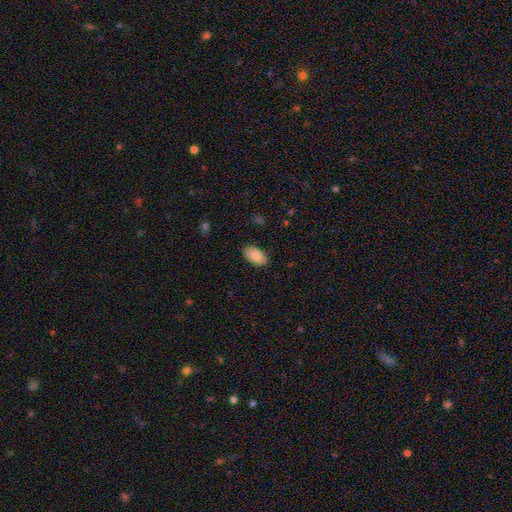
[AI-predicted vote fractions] Q: Smooth or featured?
A: smooth (88%); runner-up: star or artifact (6%)
Q: How rounded?
A: in between (95%); runner-up: round (4%)
Q: Merging?
A: none (86%); runner-up: minor disturbance (11%)